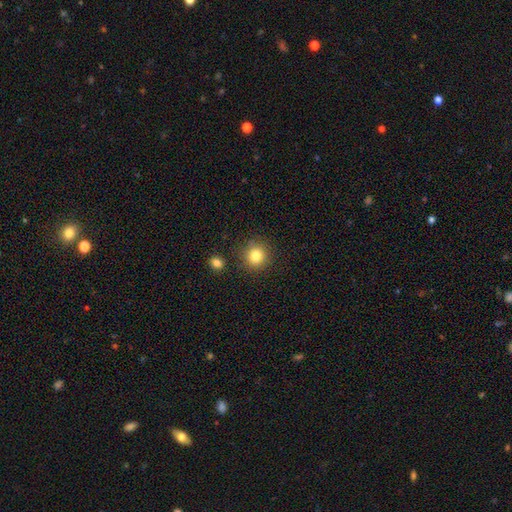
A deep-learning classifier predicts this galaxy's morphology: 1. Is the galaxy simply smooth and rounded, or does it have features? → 82% smooth, 11% star or artifact, 7% featured or disk.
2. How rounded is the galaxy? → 91% round, 8% in between, 1% cigar-shaped.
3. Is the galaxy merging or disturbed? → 86% none, 8% minor disturbance, 4% merger, 3% major disturbance.